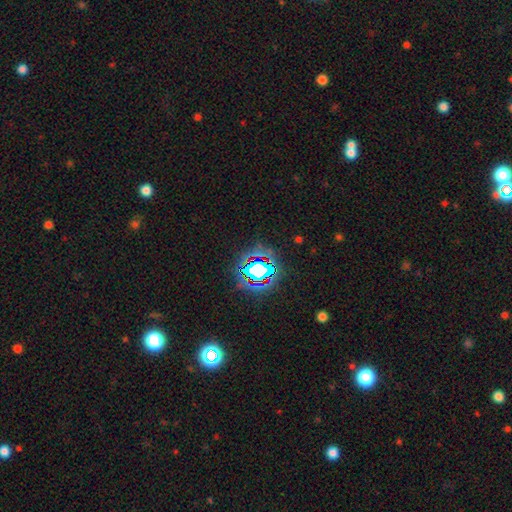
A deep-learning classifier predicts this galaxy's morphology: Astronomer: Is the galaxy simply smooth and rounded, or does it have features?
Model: star or artifact — 78%.